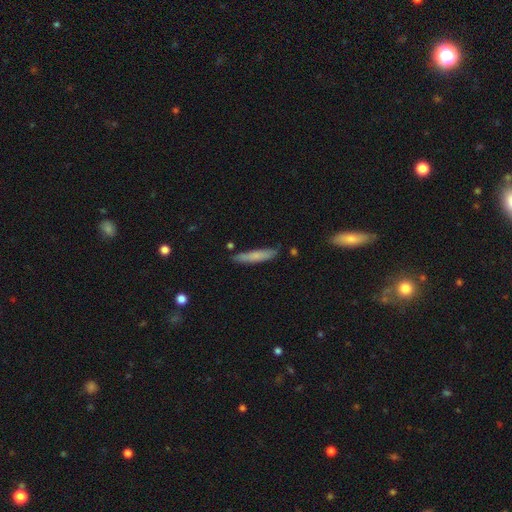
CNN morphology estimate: Smooth or featured? smooth (72%)
How rounded? cigar-shaped (89%)
Merging? none (82%)